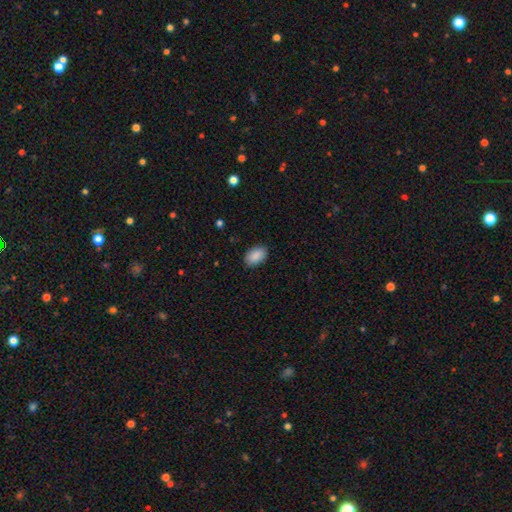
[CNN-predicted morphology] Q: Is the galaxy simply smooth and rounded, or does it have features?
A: smooth — 90%.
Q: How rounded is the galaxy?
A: in between — 89%.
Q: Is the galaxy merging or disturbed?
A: none — 88%.